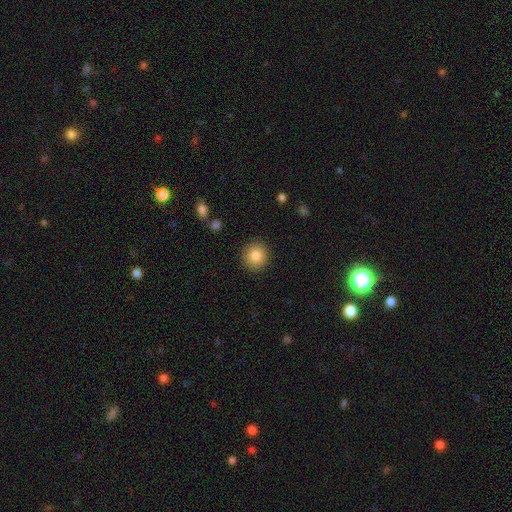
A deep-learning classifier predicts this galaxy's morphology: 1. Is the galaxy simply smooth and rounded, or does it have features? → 84% smooth, 9% star or artifact, 7% featured or disk.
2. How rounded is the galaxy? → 92% round, 7% in between, 1% cigar-shaped.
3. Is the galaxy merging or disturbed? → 91% none, 6% minor disturbance, 2% major disturbance, 1% merger.